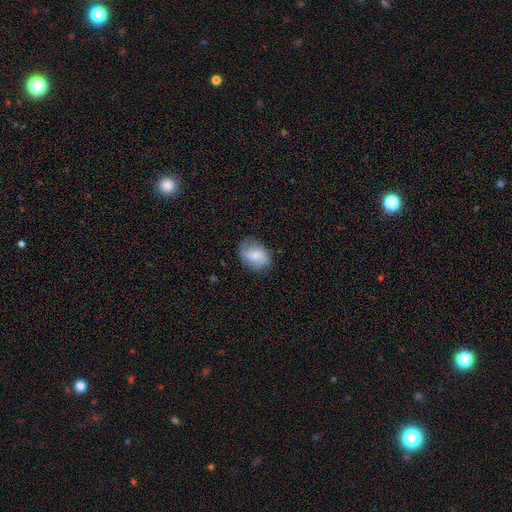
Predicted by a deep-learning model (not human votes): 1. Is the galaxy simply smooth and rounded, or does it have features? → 73% smooth, 20% featured or disk, 7% star or artifact.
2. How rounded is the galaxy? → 71% in between, 28% round, 1% cigar-shaped.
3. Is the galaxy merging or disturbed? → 67% none, 24% minor disturbance, 8% major disturbance, 1% merger.